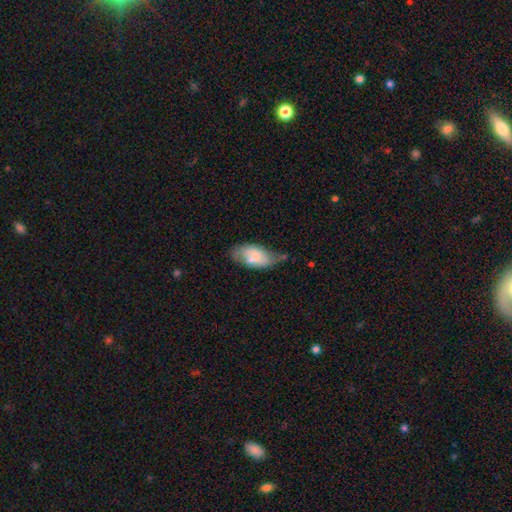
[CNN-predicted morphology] A smooth galaxy with no disk features (56%) that is in between round and cigar-shaped (92%). Merging: none (43%).